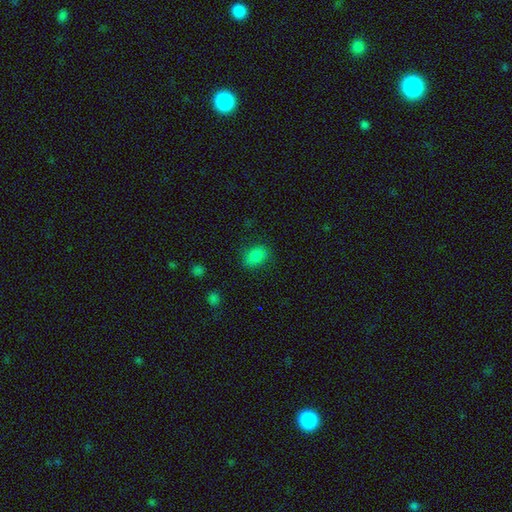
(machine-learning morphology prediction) Q: Smooth or featured?
A: smooth (84%); runner-up: star or artifact (11%)
Q: How rounded?
A: in between (77%); runner-up: round (22%)
Q: Merging?
A: none (80%); runner-up: minor disturbance (15%)